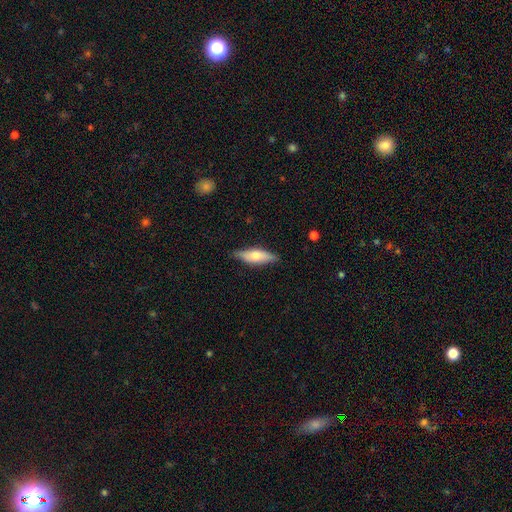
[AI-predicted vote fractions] smooth 56%, featured or disk 38%, star or artifact 6%. Down the decision tree: how rounded — in between (53%); merging — none (84%).